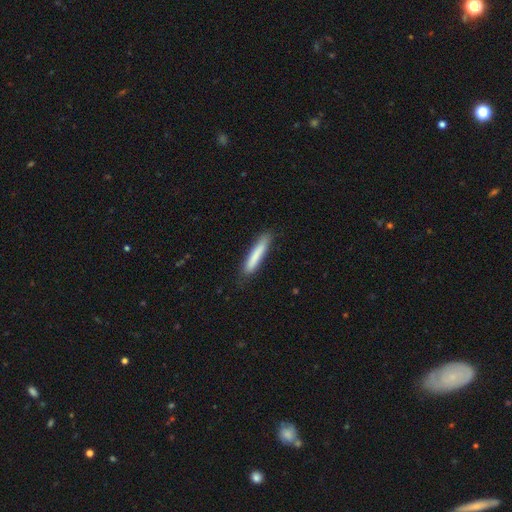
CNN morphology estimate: smooth_or_featured: smooth (p=0.82) [alt: featured or disk p=0.13]
how_rounded: cigar-shaped (p=0.92) [alt: in between p=0.06]
merging: none (p=0.85) [alt: minor disturbance p=0.11]